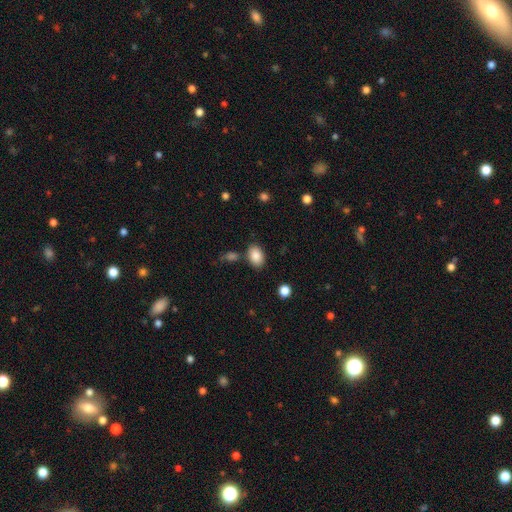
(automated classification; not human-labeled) Smooth or featured? smooth (87%)
How rounded? in between (84%)
Merging? none (79%)